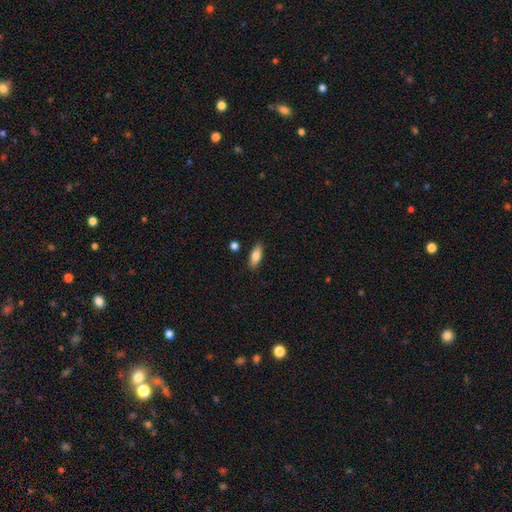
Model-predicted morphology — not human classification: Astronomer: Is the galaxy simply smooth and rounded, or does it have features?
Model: smooth — 82%.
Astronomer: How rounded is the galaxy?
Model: in between — 78%.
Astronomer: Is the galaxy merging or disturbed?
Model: none — 85%.